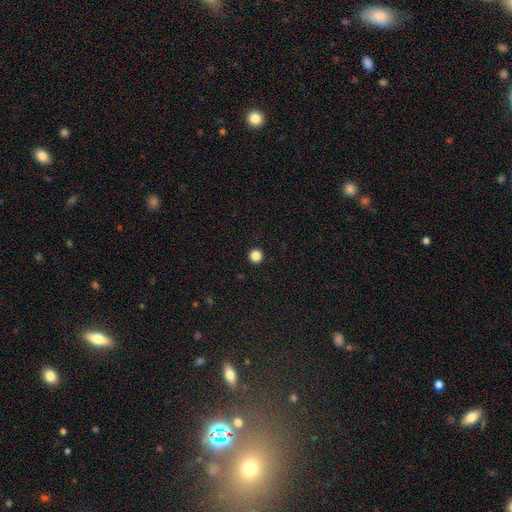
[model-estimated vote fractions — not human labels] Q: Smooth or featured?
A: smooth (86%); runner-up: star or artifact (11%)
Q: How rounded?
A: round (96%); runner-up: in between (3%)
Q: Merging?
A: none (94%); runner-up: minor disturbance (4%)